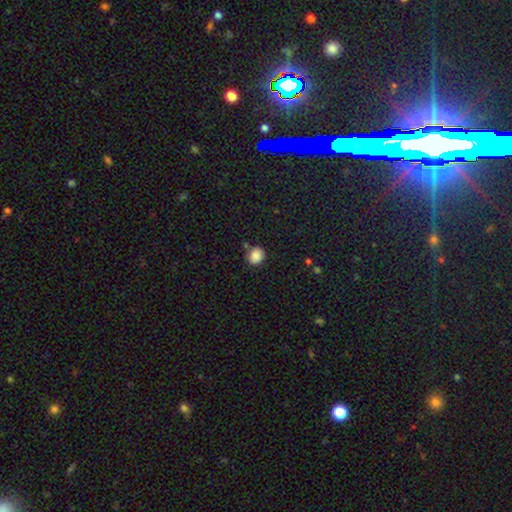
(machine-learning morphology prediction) Q: Smooth or featured?
A: smooth (87%); runner-up: star or artifact (9%)
Q: How rounded?
A: round (79%); runner-up: in between (21%)
Q: Merging?
A: none (80%); runner-up: minor disturbance (11%)